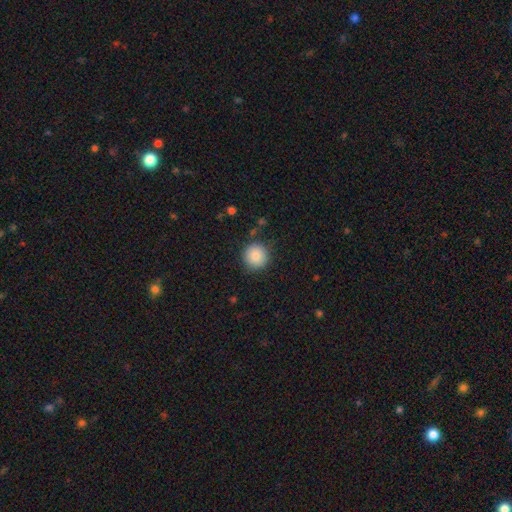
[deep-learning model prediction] Smooth or featured: smooth — 85% (star or artifact — 9%)
How rounded: round — 94% (in between — 5%)
Merging: none — 87% (minor disturbance — 9%)